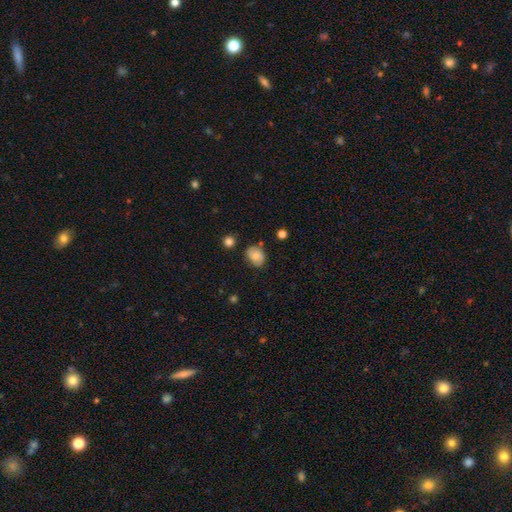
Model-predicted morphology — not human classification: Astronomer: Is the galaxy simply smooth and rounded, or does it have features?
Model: smooth — 73%.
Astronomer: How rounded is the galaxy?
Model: in between — 56% (runner-up: round, 43%).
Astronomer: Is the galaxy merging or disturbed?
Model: none — 71%.